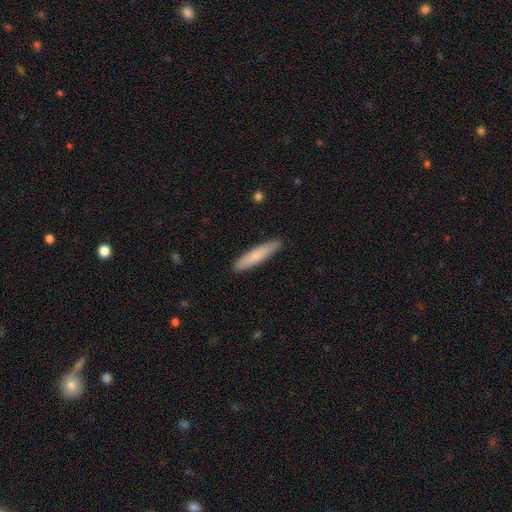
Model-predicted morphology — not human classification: A smooth galaxy with no disk features (76%) that is cigar-shaped (84%).

Vote fractions:
- Smooth or featured? smooth: 76% / featured or disk: 19% / star or artifact: 5%
- How rounded? cigar-shaped: 84% / in between: 15% / round: 1%
- Merging? none: 89% / minor disturbance: 8% / major disturbance: 2% / merger: 1%